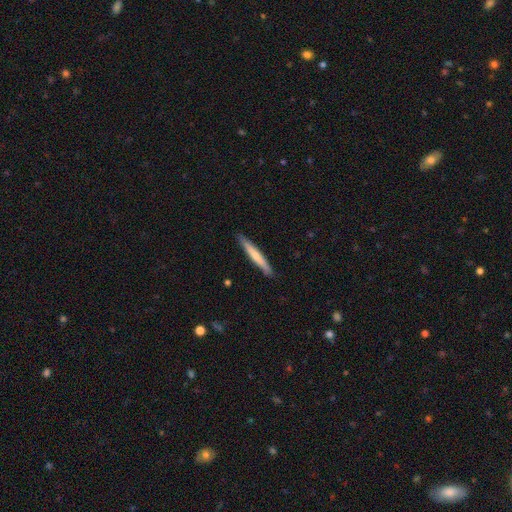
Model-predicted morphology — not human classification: type=smooth (61%); roundness=cigar-shaped (96%); merging=none (90%).